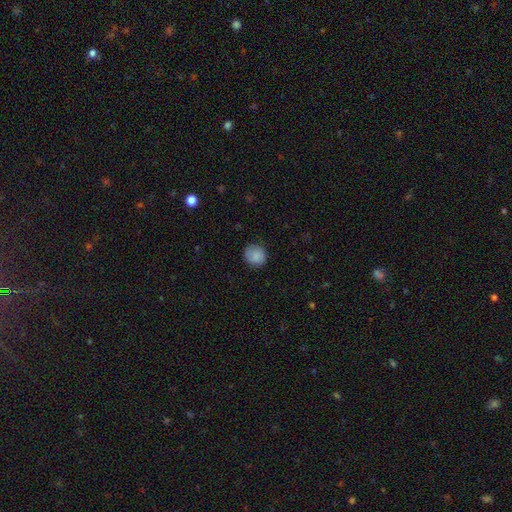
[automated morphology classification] Smooth or featured: smooth — 86% (star or artifact — 7%)
How rounded: round — 90% (in between — 9%)
Merging: none — 86% (minor disturbance — 11%)